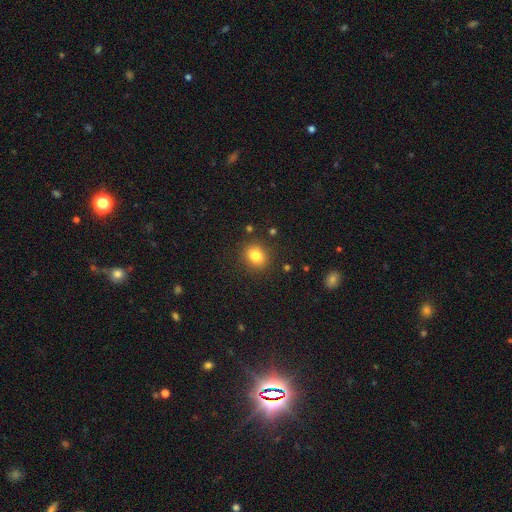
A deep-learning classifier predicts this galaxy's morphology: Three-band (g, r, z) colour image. It shows a smooth galaxy with no disk features (82%) that is round (62%). Merging: none (87%).